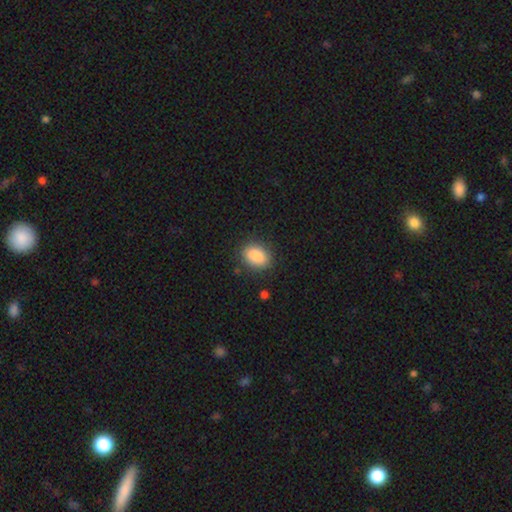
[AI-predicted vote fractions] smooth-or-featured: smooth: 87% | star or artifact: 8% | featured or disk: 5%
  how-rounded: in between: 81% | round: 18% | cigar-shaped: 2%
  merging: none: 85% | minor disturbance: 11% | major disturbance: 3% | merger: 2%